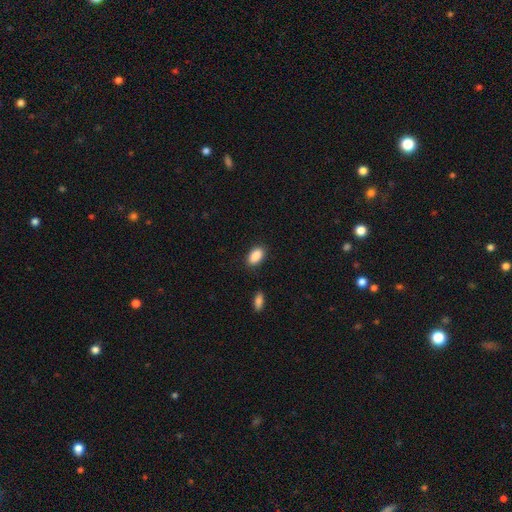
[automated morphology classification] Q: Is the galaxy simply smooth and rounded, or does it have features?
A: smooth — 89%.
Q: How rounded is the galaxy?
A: in between — 91%.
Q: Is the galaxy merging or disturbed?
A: none — 85%.